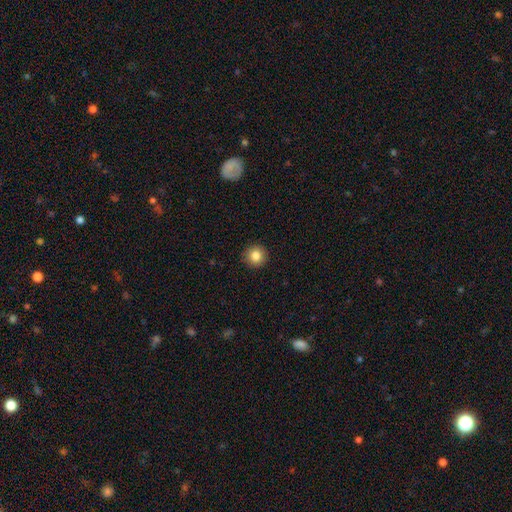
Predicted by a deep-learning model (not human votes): A smooth galaxy with no disk features (84%) that is round (94%).

Vote fractions:
- Smooth or featured? smooth: 84% / star or artifact: 10% / featured or disk: 6%
- How rounded? round: 94% / in between: 5% / cigar-shaped: 1%
- Merging? none: 93% / minor disturbance: 5% / major disturbance: 2% / merger: 1%